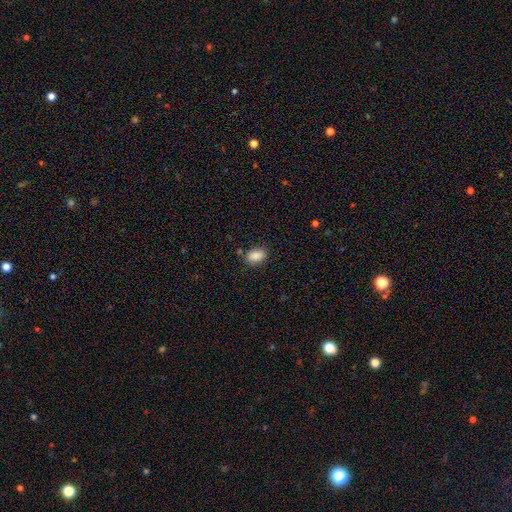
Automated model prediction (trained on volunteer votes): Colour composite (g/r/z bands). It shows a smooth galaxy with no disk features (88%) that is in between round and cigar-shaped (87%). Merging: none (81%).